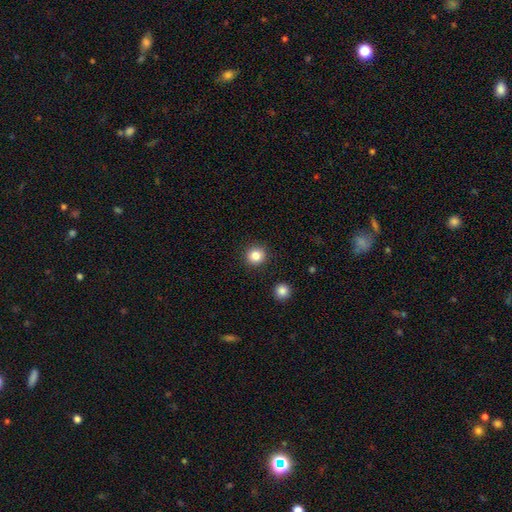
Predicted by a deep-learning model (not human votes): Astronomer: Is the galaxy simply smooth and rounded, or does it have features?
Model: smooth — 83%.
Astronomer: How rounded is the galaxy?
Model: round — 93%.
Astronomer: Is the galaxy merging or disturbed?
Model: none — 91%.